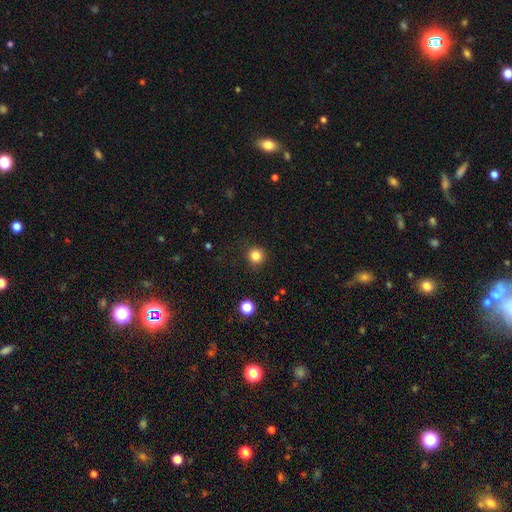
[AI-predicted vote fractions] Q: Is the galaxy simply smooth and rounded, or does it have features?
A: smooth — 83%.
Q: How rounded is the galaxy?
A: round — 94%.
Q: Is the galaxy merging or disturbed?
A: none — 88%.